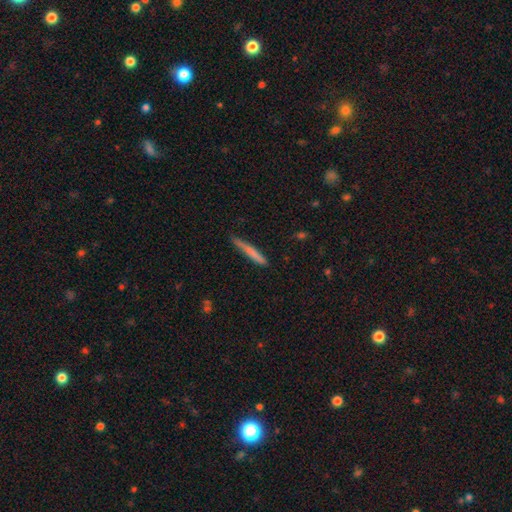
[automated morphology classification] smooth-or-featured: smooth: 71% | featured or disk: 22% | star or artifact: 6%
  how-rounded: cigar-shaped: 96% | in between: 3% | round: 1%
  merging: none: 78% | minor disturbance: 17% | major disturbance: 3% | merger: 2%